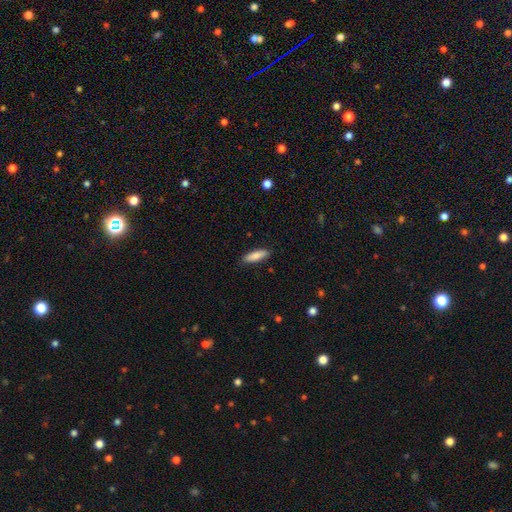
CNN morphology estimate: Overall: smooth (83%). How rounded: cigar-shaped (53%; in between 45%). Merging: none (86%).